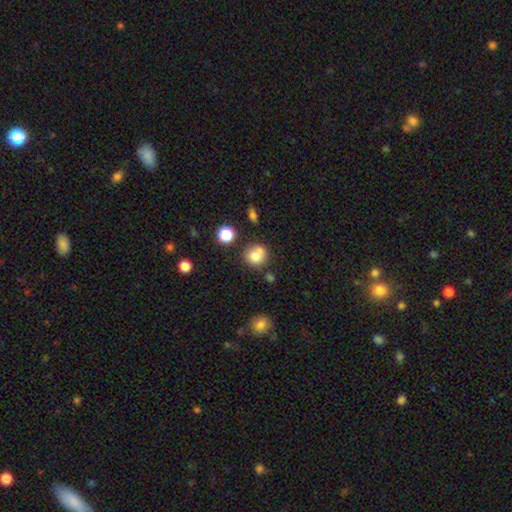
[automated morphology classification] Smooth or featured?
  - smooth: 76% *
  - featured or disk: 12%
  - star or artifact: 12%
How rounded?
  - round: 85% *
  - in between: 14%
  - cigar-shaped: 1%
Merging?
  - none: 53% *
  - merger: 30%
  - minor disturbance: 13%
  - major disturbance: 5%